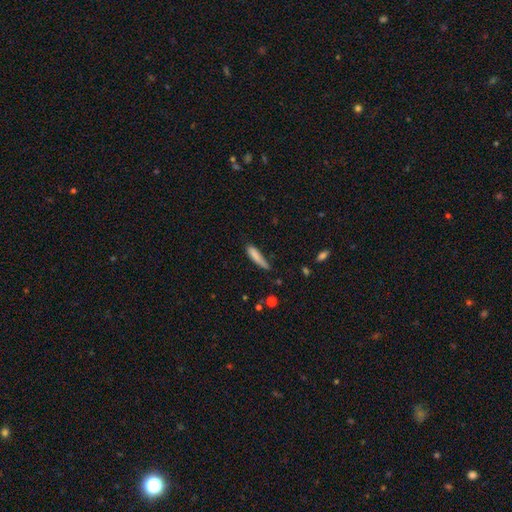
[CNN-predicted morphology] type=smooth (82%); roundness=cigar-shaped (82%); merging=none (58%).